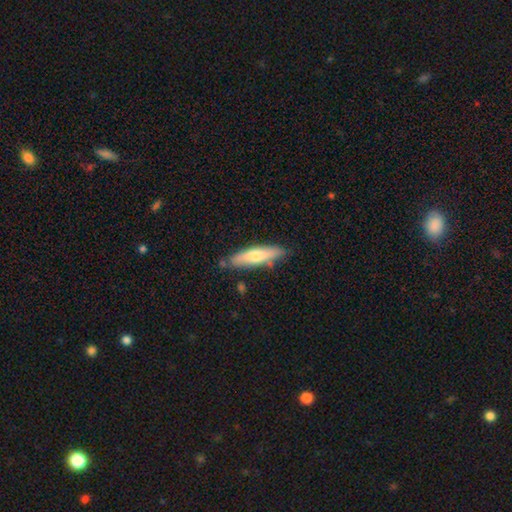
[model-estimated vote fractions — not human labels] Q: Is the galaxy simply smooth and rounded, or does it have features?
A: smooth — 64%.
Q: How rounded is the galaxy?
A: cigar-shaped — 74%.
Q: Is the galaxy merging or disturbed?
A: none — 80%.